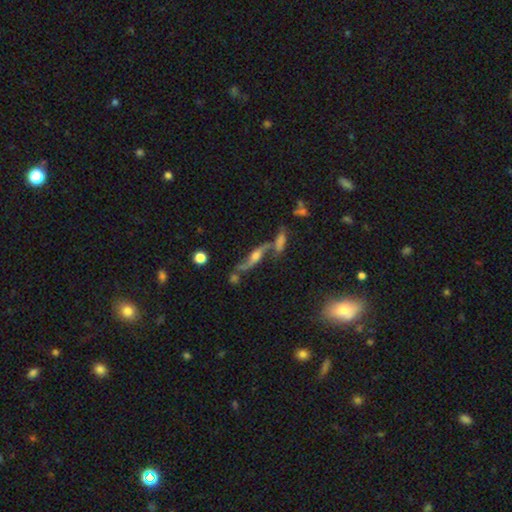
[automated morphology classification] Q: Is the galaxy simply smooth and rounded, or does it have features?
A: featured or disk — 75%.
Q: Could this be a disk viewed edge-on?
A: no — 60%.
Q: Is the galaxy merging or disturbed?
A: none — 49%.